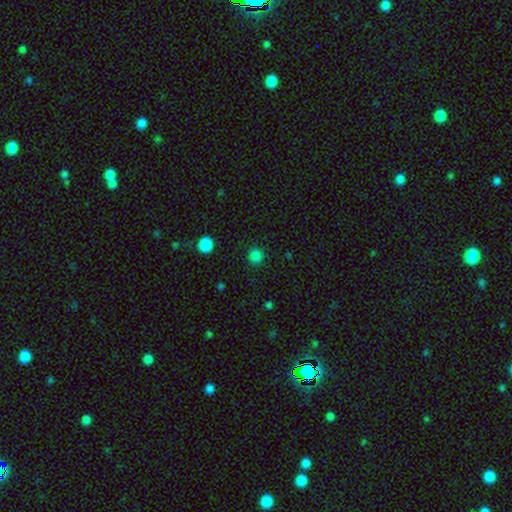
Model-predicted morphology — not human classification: smooth-or-featured: smooth: 84% | star or artifact: 13% | featured or disk: 3%
  how-rounded: round: 91% | in between: 8% | cigar-shaped: 1%
  merging: none: 90% | minor disturbance: 6% | major disturbance: 2% | merger: 1%